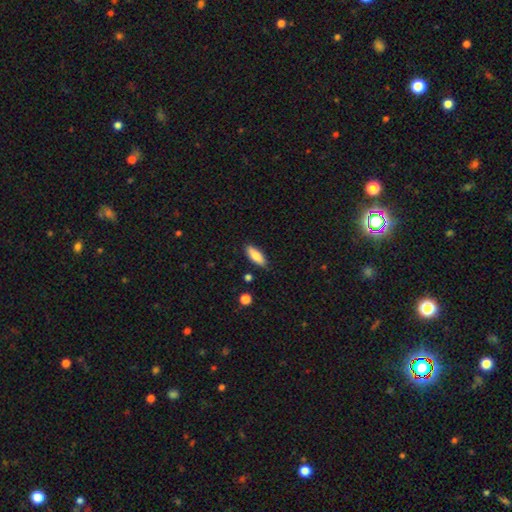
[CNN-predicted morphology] smooth 80%, featured or disk 13%, star or artifact 7%. Down the decision tree: how rounded — in between (69%); merging — none (84%).